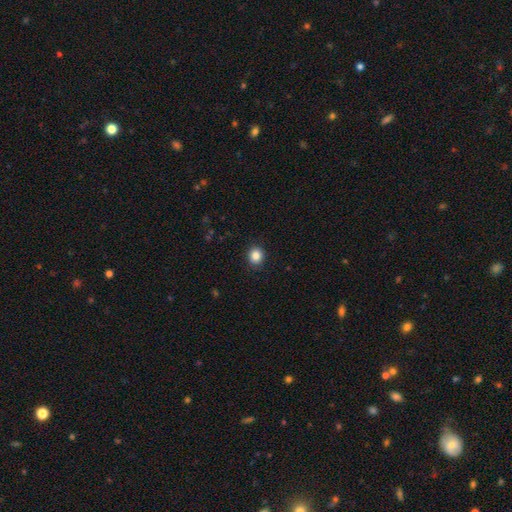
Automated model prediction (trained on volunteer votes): The model was most divided on "how rounded": round: 80%, in between: 19%, cigar-shaped: 1%. More confident: merging — none (91%); smooth or featured — smooth (85%).